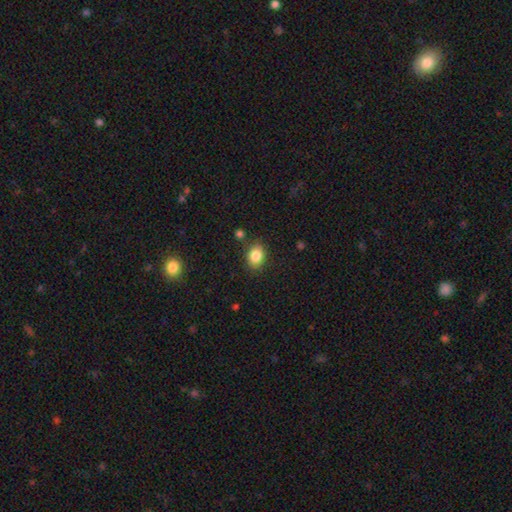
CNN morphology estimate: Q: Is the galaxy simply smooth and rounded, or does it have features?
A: smooth — 84%.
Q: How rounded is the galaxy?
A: in between — 64%.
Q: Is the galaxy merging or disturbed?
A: none — 82%.